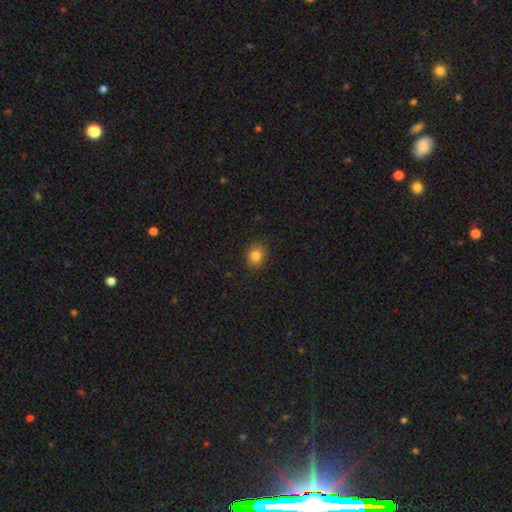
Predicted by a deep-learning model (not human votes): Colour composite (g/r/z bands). It shows a smooth galaxy with no disk features (81%) that is round (67%). Merging: none (88%).